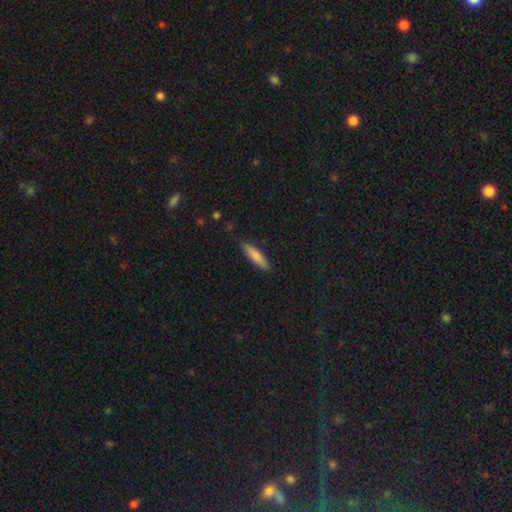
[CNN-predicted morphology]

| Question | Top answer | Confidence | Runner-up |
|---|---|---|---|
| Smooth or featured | smooth | 80% | featured or disk (14%) |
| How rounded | cigar-shaped | 76% | in between (22%) |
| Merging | none | 87% | minor disturbance (10%) |